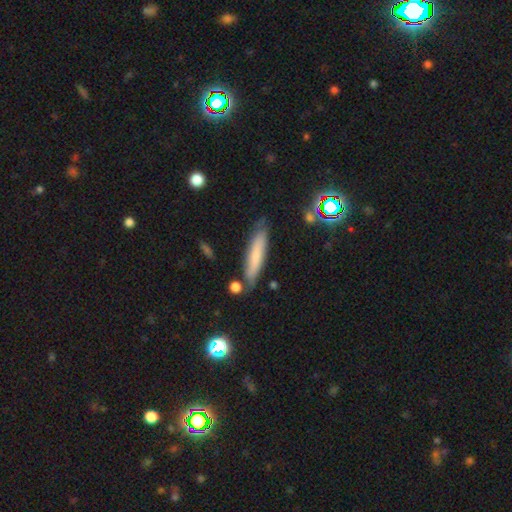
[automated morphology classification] A smooth galaxy with no disk features (66%) that is cigar-shaped (85%).

Vote fractions:
- Smooth or featured? smooth: 66% / featured or disk: 26% / star or artifact: 9%
- How rounded? cigar-shaped: 85% / in between: 13% / round: 2%
- Merging? none: 76% / minor disturbance: 16% / merger: 5% / major disturbance: 3%